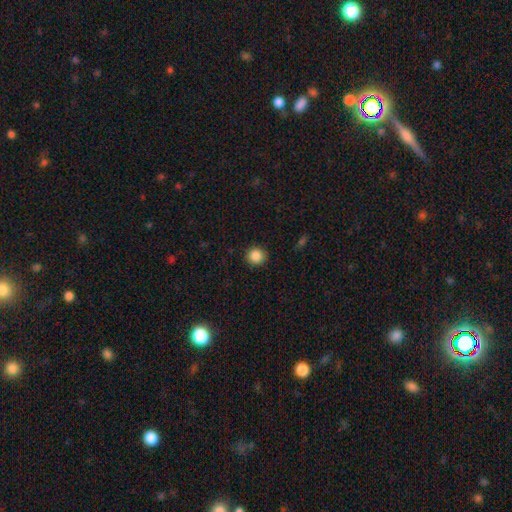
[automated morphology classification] type=smooth (88%); roundness=round (91%); merging=none (91%).